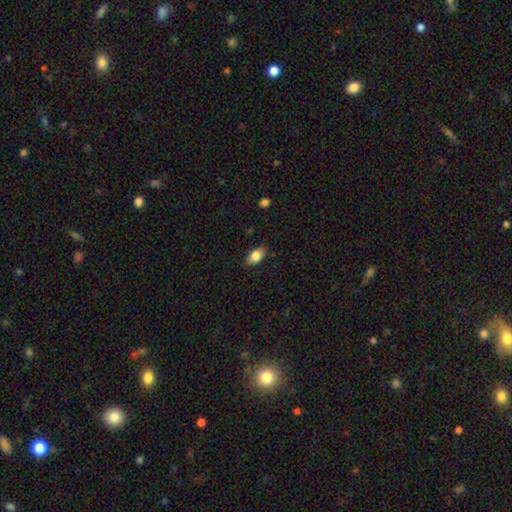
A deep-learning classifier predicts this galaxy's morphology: This appears to be a smooth galaxy with no disk features (84%) that is in between round and cigar-shaped (90%). Merging: none (85%).